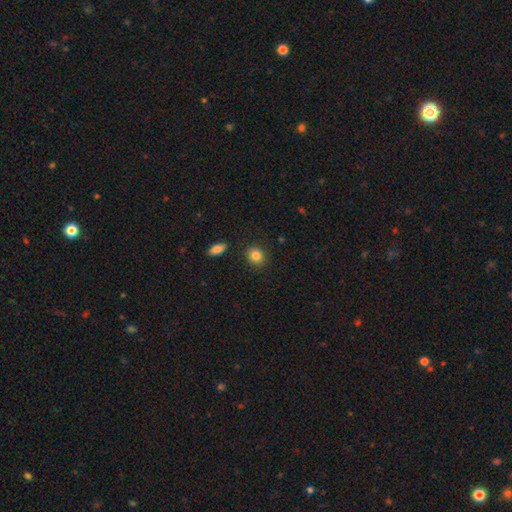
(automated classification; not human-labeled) Smooth or featured: smooth — 86% (star or artifact — 9%)
How rounded: round — 76% (in between — 23%)
Merging: none — 88% (minor disturbance — 7%)